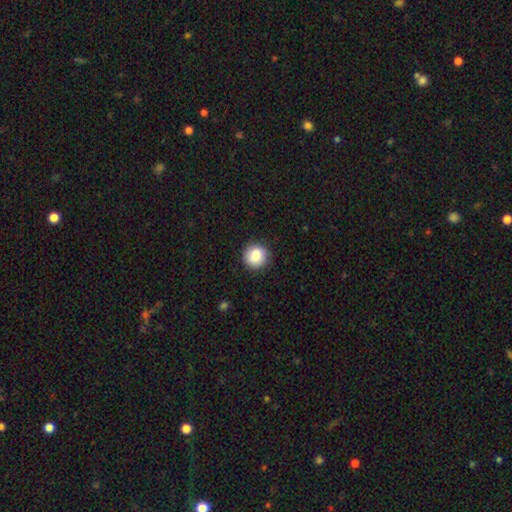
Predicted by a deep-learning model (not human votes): Morphology: type=smooth (85%); roundness=round (92%); merging=none (89%).